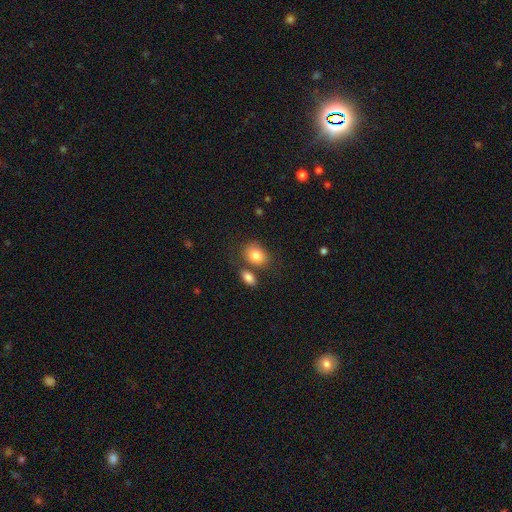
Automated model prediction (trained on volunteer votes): smooth-or-featured: smooth: 83% | featured or disk: 9% | star or artifact: 8%
  how-rounded: in between: 67% | round: 32% | cigar-shaped: 1%
  merging: none: 61% | merger: 22% | minor disturbance: 13% | major disturbance: 4%